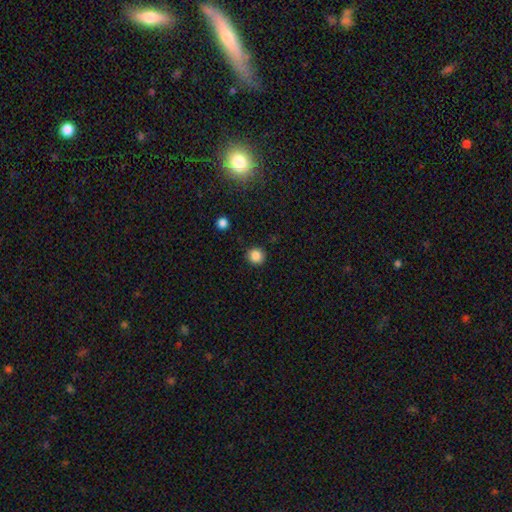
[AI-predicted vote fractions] Overall: smooth (85%). How rounded: round (93%). Merging: none (89%).